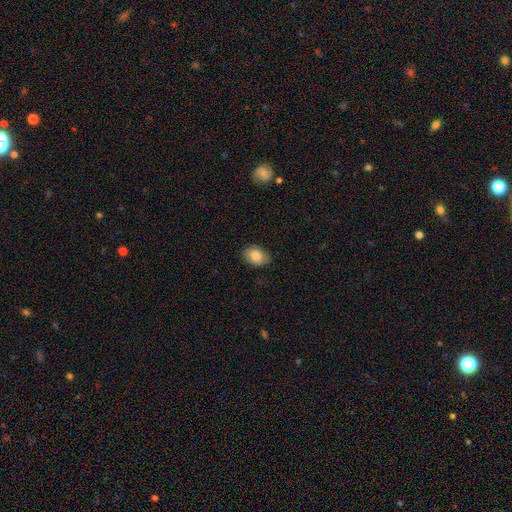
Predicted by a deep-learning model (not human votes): Smooth or featured? Predicted: smooth (p=0.84). How rounded? Predicted: in between (p=0.76). Merging? Predicted: none (p=0.84).